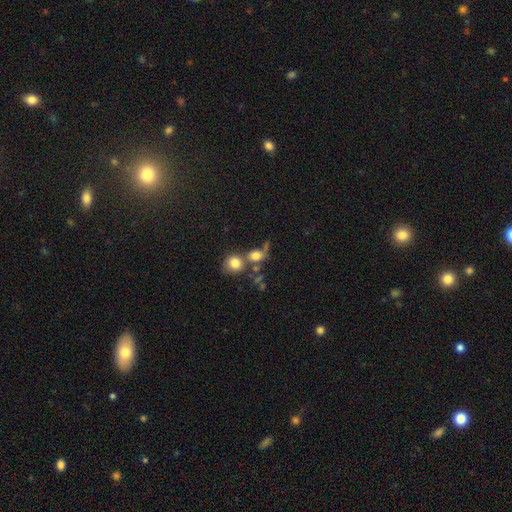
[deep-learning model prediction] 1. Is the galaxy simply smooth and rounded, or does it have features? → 74% smooth, 14% featured or disk, 12% star or artifact.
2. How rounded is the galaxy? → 63% round, 34% in between, 3% cigar-shaped.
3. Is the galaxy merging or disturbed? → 44% merger, 33% none, 11% minor disturbance, 11% major disturbance.